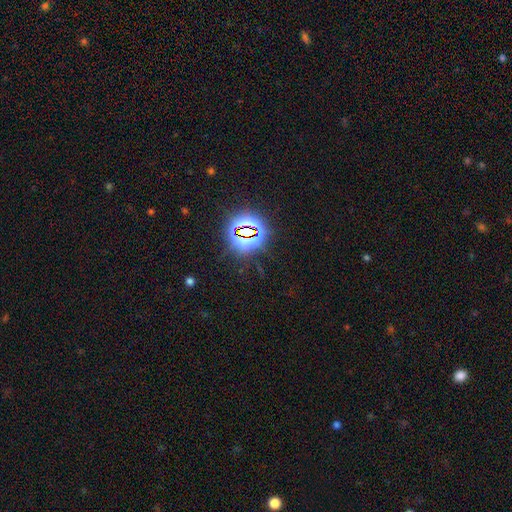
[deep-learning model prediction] star or artifact 80%, smooth 12%, featured or disk 8%.